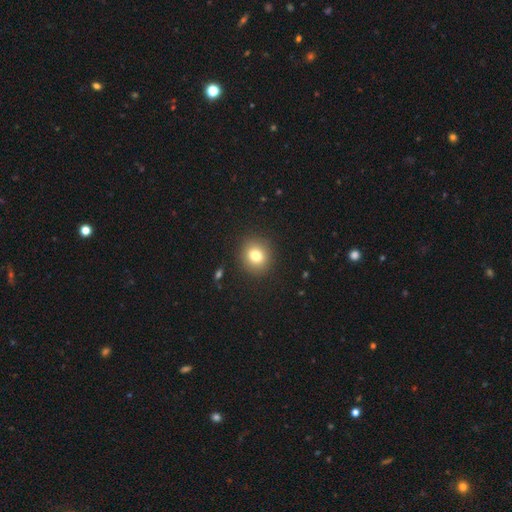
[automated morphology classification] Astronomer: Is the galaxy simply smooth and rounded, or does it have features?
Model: smooth — 79%.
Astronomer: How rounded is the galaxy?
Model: round — 82%.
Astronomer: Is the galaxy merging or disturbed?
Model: none — 90%.